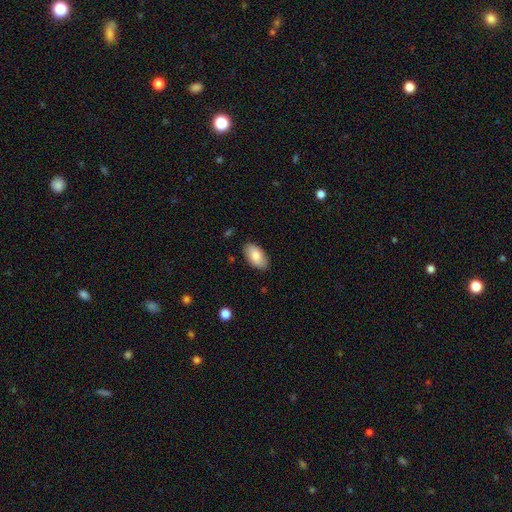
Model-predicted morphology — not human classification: Smooth or featured: smooth — 83% (featured or disk — 11%)
How rounded: in between — 95% (round — 3%)
Merging: none — 87% (minor disturbance — 10%)